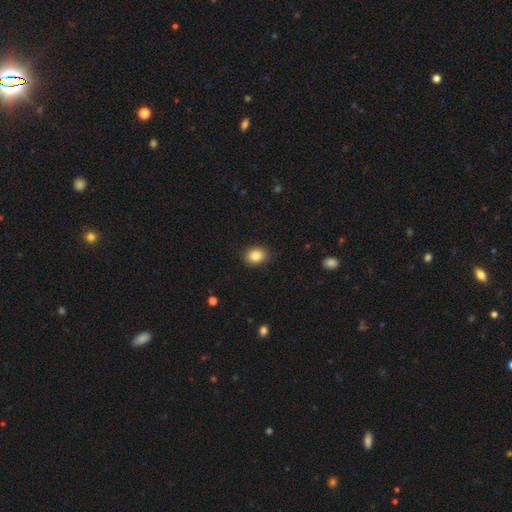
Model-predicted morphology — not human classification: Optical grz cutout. It shows a smooth galaxy with no disk features (85%) that is in between round and cigar-shaped (62%). Merging: none (89%).